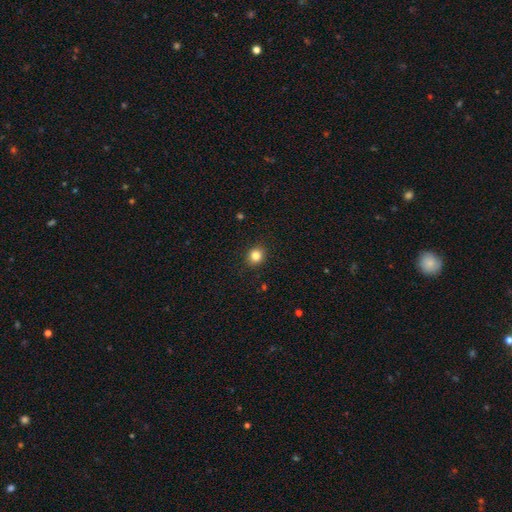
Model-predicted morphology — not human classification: The model was most divided on "how rounded": round: 83%, in between: 16%, cigar-shaped: 1%. More confident: merging — none (90%); smooth or featured — smooth (84%).